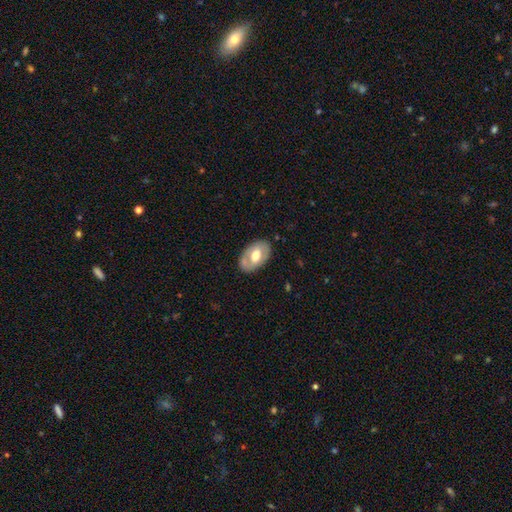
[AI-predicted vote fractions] featured or disk 47% (tied), smooth 47% (tied), star or artifact 5%. Down the decision tree: merging — none (82%).